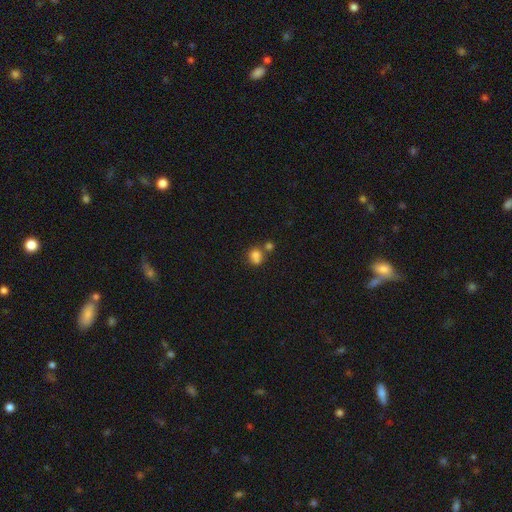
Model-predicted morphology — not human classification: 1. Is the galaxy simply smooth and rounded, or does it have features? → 79% smooth, 12% star or artifact, 9% featured or disk.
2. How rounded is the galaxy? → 69% round, 30% in between, 1% cigar-shaped.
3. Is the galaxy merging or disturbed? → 44% none, 38% merger, 13% minor disturbance, 6% major disturbance.